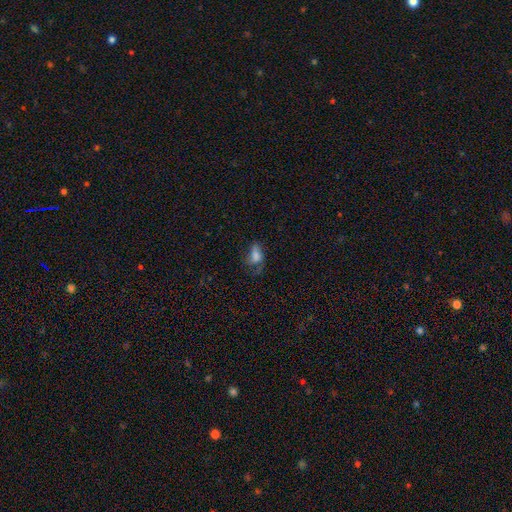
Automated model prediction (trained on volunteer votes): The model was most divided on "merging": none: 37%, major disturbance: 35%, minor disturbance: 25%, merger: 3%. More confident: how rounded — in between (82%); smooth or featured — smooth (61%).